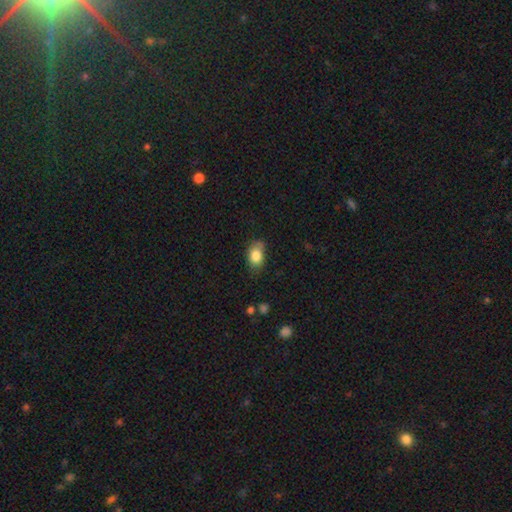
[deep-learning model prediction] This appears to be a smooth galaxy with no disk features (83%) that is in between round and cigar-shaped (80%). Merging: none (64%).